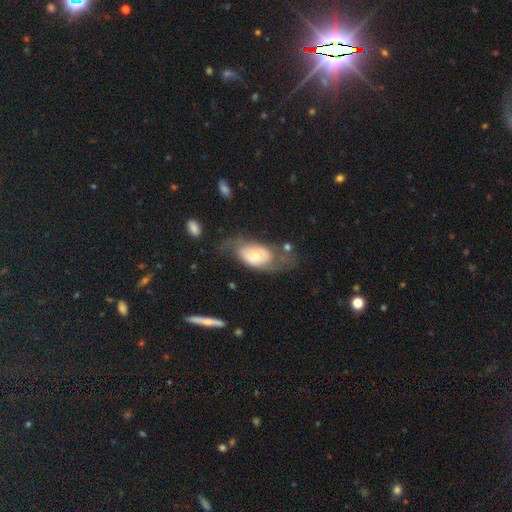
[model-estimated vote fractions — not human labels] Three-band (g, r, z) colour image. It shows a featured or disk galaxy (58%) with no bar (75%), spiral arms (57%) and a moderate central bulge (54%). Merging: none (44%).